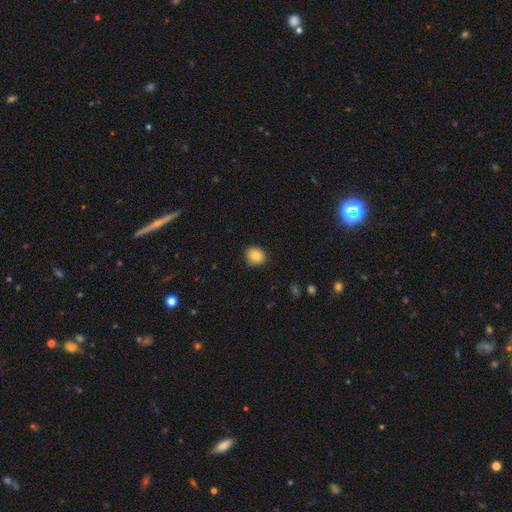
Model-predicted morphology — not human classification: This is clearly a smooth galaxy (86%). How rounded: clearly round (80%). Merging: clearly none (89%).